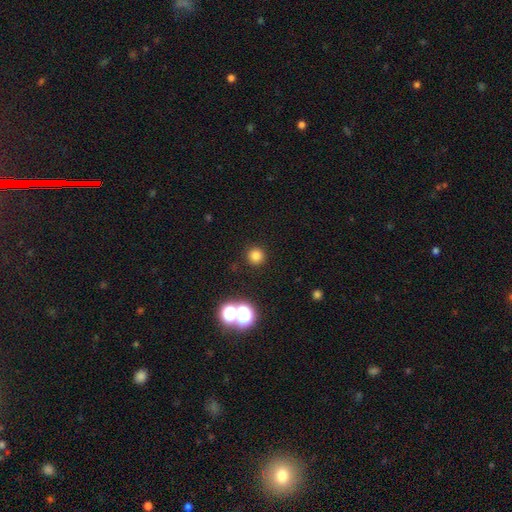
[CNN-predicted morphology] smooth-or-featured: smooth: 77% | star or artifact: 18% | featured or disk: 5%
  how-rounded: round: 95% | in between: 4% | cigar-shaped: 1%
  merging: none: 90% | minor disturbance: 5% | major disturbance: 2% | merger: 2%